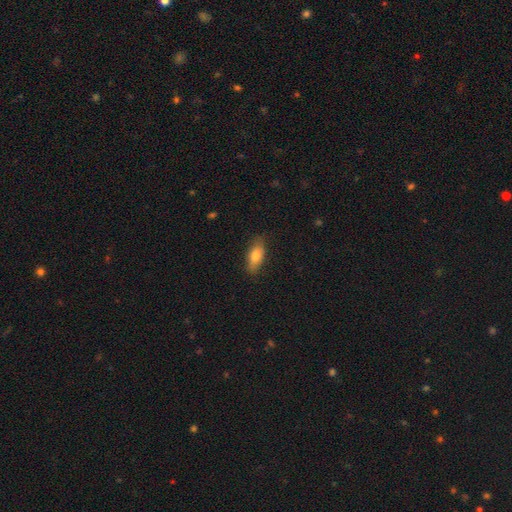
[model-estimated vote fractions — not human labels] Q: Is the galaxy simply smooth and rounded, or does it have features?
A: smooth — 77%.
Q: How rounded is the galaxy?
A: in between — 79%.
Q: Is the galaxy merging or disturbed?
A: none — 82%.